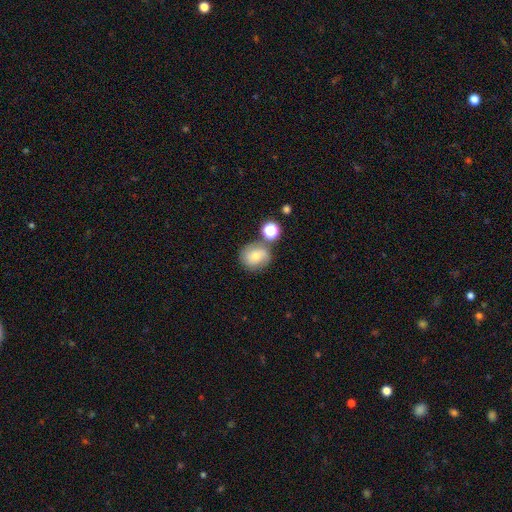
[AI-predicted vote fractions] This appears to be a smooth galaxy with no disk features (56%) that is round (79%). Merging: none (61%).